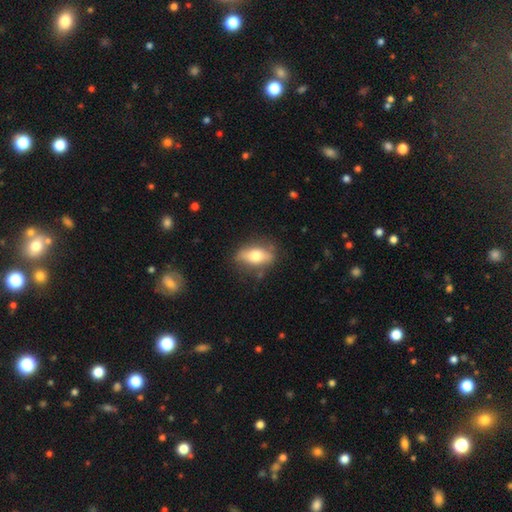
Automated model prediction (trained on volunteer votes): Smooth or featured: smooth — 60% (featured or disk — 33%)
How rounded: in between — 79% (cigar-shaped — 13%)
Merging: none — 76% (minor disturbance — 17%)